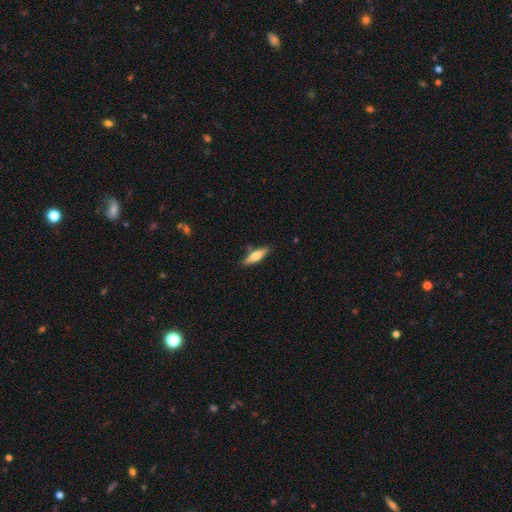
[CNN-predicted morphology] This appears to be a smooth galaxy with no disk features (51%) that is cigar-shaped (61%). Merging: none (84%).